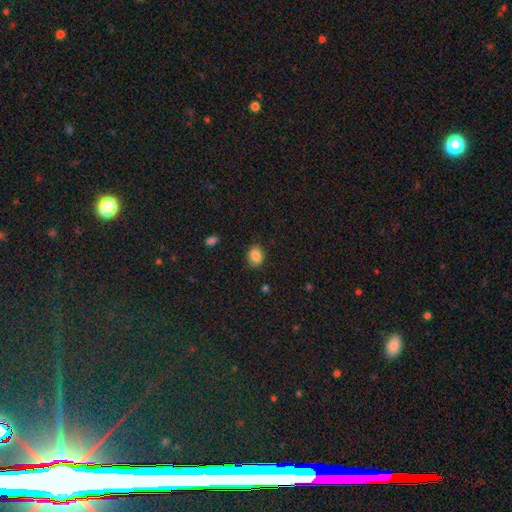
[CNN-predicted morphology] Q: Smooth or featured?
A: smooth (86%); runner-up: star or artifact (9%)
Q: How rounded?
A: in between (52%); runner-up: round (47%)
Q: Merging?
A: none (86%); runner-up: minor disturbance (10%)